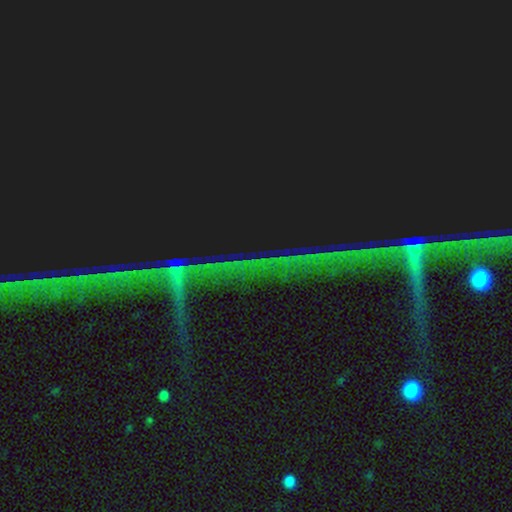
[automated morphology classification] This is clearly a star or artifact rather than a galaxy (82%).